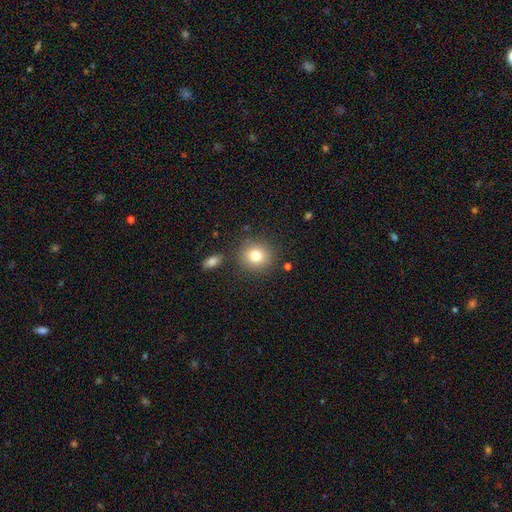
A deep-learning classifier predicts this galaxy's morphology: Q: Smooth or featured?
A: smooth (80%); runner-up: star or artifact (11%)
Q: How rounded?
A: round (88%); runner-up: in between (11%)
Q: Merging?
A: none (84%); runner-up: minor disturbance (8%)